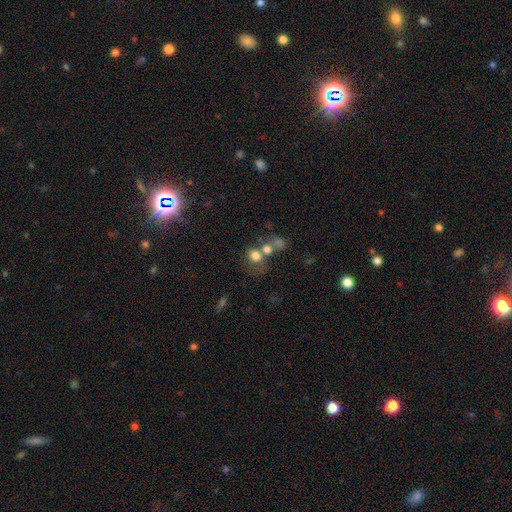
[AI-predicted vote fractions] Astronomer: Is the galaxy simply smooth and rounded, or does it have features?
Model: smooth — 72%.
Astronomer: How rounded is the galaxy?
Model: round — 70%.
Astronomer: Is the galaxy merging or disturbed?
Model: merger — 48% (runner-up: none, 35%).